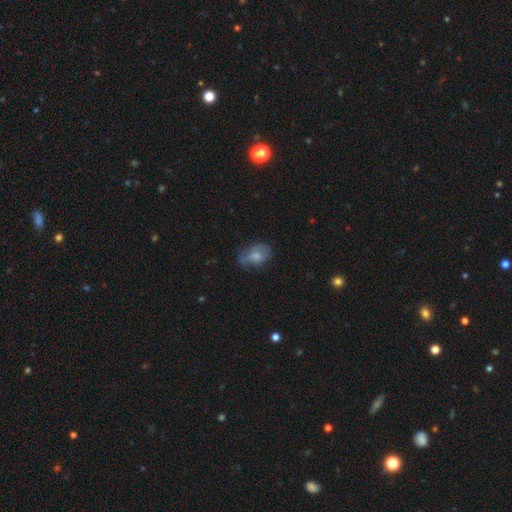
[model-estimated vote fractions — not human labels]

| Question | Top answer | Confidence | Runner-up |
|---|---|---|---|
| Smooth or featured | smooth | 63% | featured or disk (29%) |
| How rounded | in between | 81% | round (17%) |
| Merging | none | 47% | minor disturbance (34%) |